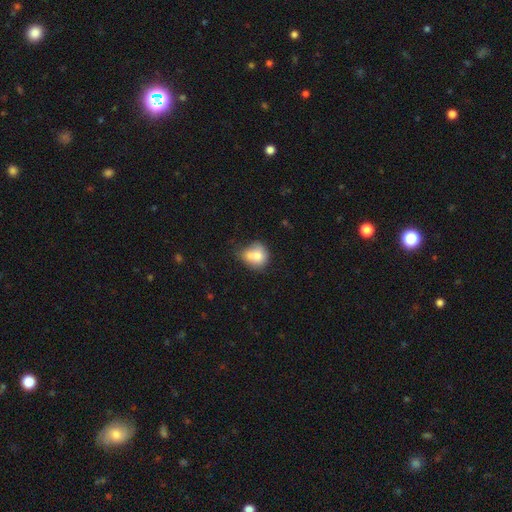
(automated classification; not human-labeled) A smooth galaxy with no disk features (71%) that is round (66%).

Vote fractions:
- Smooth or featured? smooth: 71% / featured or disk: 20% / star or artifact: 9%
- How rounded? round: 66% / in between: 33% / cigar-shaped: 1%
- Merging? merger: 50% / none: 30% / minor disturbance: 15% / major disturbance: 6%